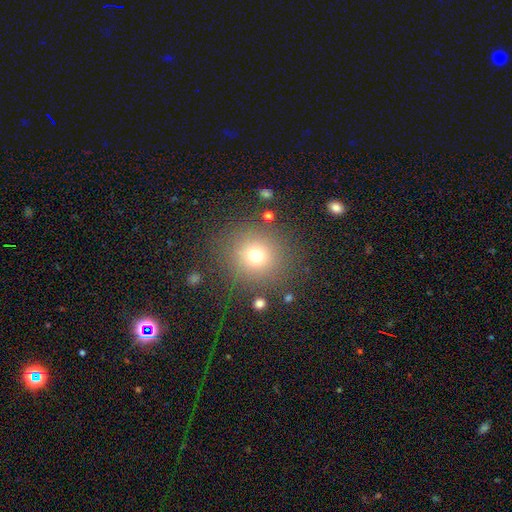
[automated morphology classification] The model was most divided on "smooth or featured": smooth: 72%, star or artifact: 18%, featured or disk: 10%. More confident: how rounded — round (92%); merging — none (86%).